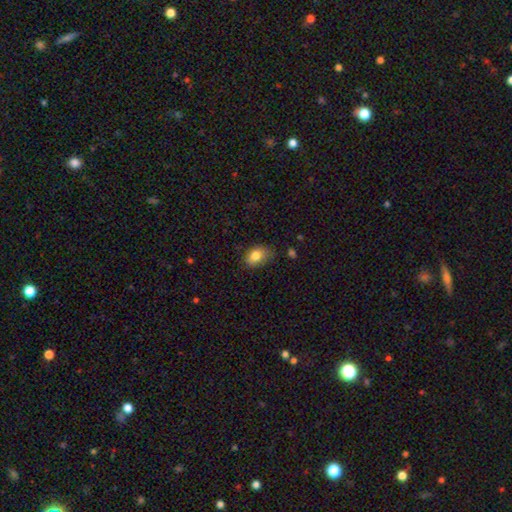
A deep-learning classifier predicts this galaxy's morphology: A smooth galaxy with no disk features (81%) that is in between round and cigar-shaped (82%).

Vote fractions:
- Smooth or featured? smooth: 81% / featured or disk: 10% / star or artifact: 9%
- How rounded? in between: 82% / round: 17% / cigar-shaped: 1%
- Merging? none: 67% / minor disturbance: 26% / major disturbance: 5% / merger: 2%